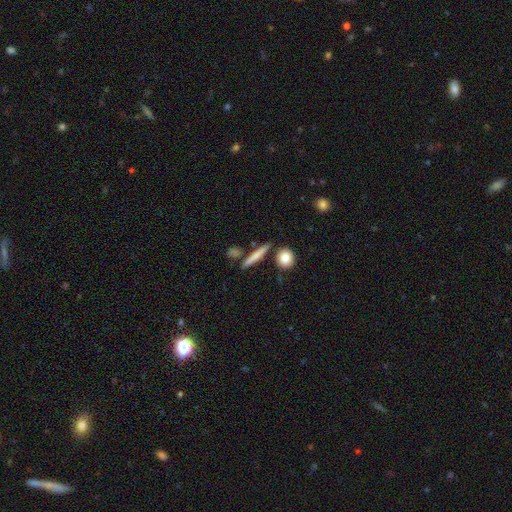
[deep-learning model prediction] A smooth galaxy with no disk features (62%) that is cigar-shaped (85%).

Vote fractions:
- Smooth or featured? smooth: 62% / featured or disk: 31% / star or artifact: 7%
- How rounded? cigar-shaped: 85% / in between: 9% / round: 6%
- Merging? none: 81% / minor disturbance: 10% / merger: 7% / major disturbance: 3%